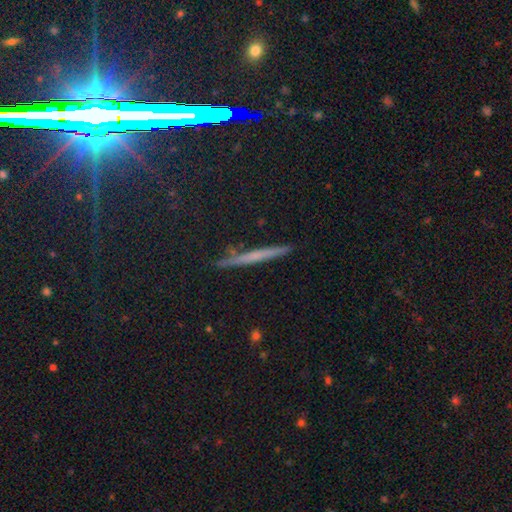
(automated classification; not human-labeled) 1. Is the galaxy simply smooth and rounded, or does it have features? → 41% smooth, 40% featured or disk, 19% star or artifact.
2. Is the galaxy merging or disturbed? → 84% none, 12% minor disturbance, 2% major disturbance, 2% merger.